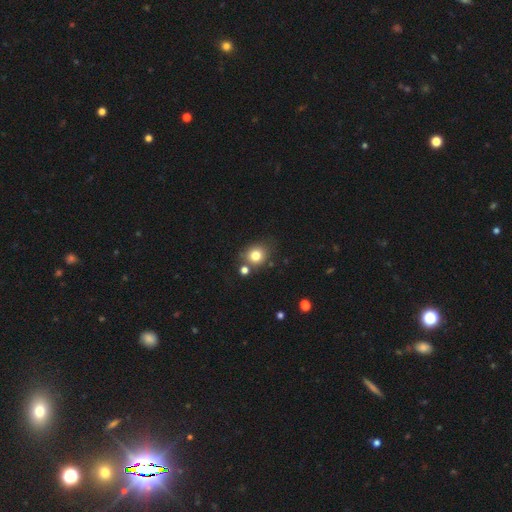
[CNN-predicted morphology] This appears to be a smooth galaxy with no disk features (79%) that is round (78%). Merging: none (71%).